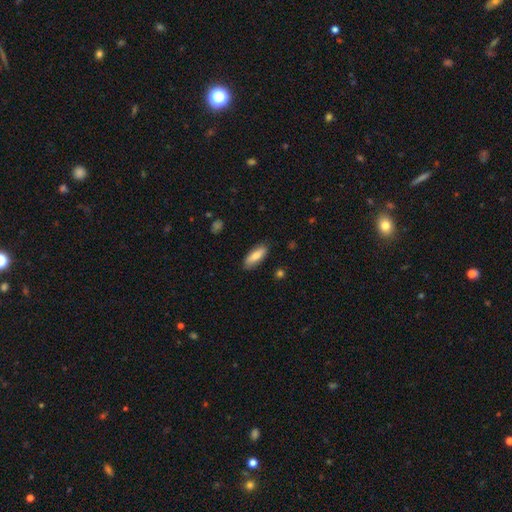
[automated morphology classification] Smooth or featured?
  - smooth: 79% *
  - featured or disk: 15%
  - star or artifact: 6%
How rounded?
  - in between: 64% *
  - cigar-shaped: 34%
  - round: 2%
Merging?
  - none: 85% *
  - minor disturbance: 12%
  - major disturbance: 2%
  - merger: 1%